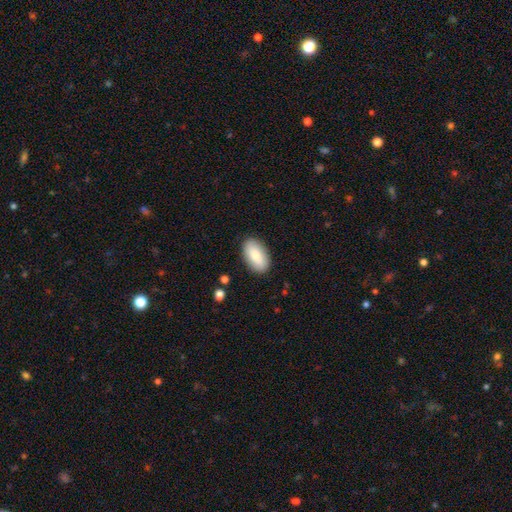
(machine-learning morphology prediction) A smooth galaxy with no disk features (81%) that is in between round and cigar-shaped (94%). Merging: none (87%).